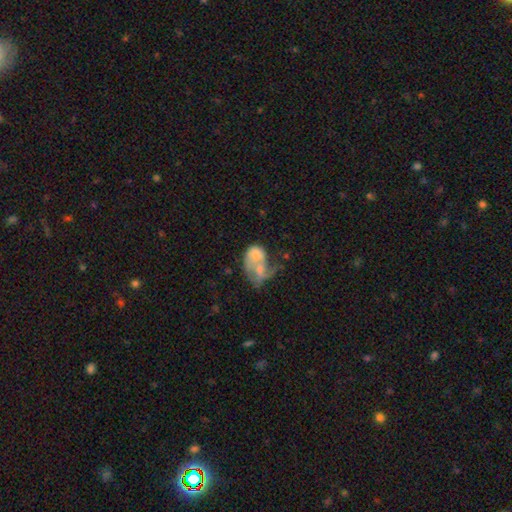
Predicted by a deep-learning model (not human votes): This is possibly a smooth galaxy (48%). Merging: possibly merger (53%).